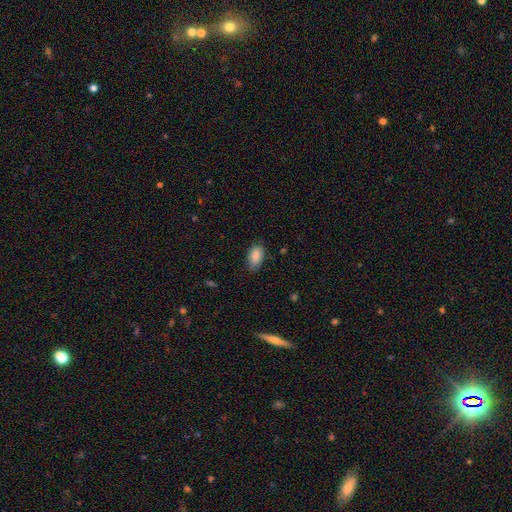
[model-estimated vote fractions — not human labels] This appears to be a smooth galaxy with no disk features (88%) that is in between round and cigar-shaped (92%). Merging: none (75%).